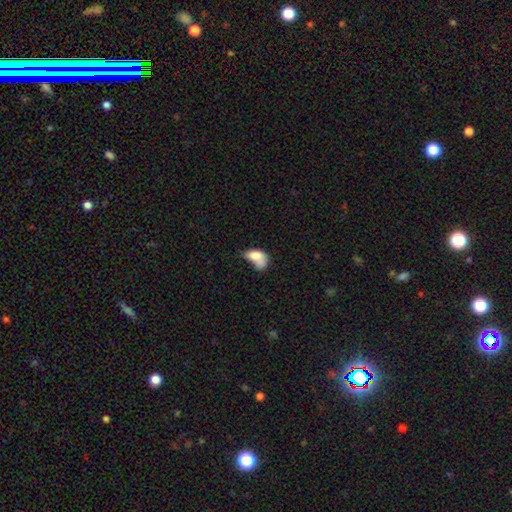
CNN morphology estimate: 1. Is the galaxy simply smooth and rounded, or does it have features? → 74% smooth, 17% featured or disk, 9% star or artifact.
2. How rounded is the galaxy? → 86% in between, 11% round, 3% cigar-shaped.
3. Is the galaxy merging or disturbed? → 30% merger, 26% major disturbance, 24% minor disturbance, 19% none.